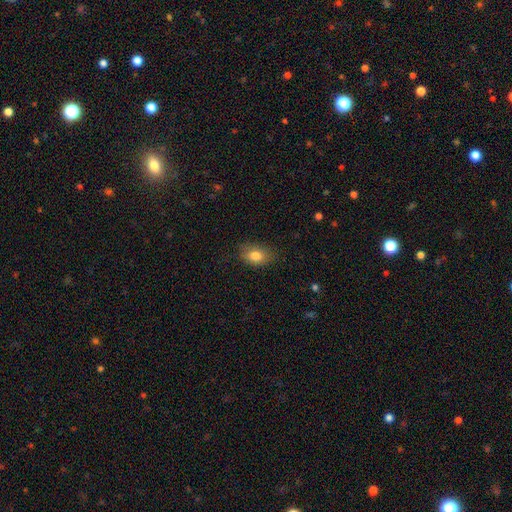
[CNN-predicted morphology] This appears to be a smooth galaxy with no disk features (81%) that is in between round and cigar-shaped (83%). Merging: none (78%).